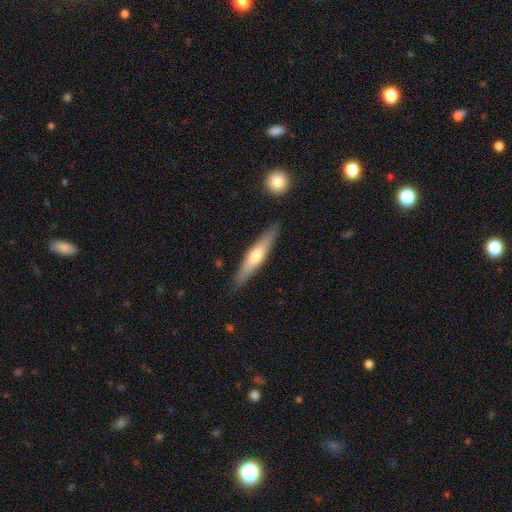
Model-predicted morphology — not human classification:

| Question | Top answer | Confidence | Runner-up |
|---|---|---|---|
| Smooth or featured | featured or disk | 49% | smooth (45%) |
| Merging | none | 88% | minor disturbance (9%) |